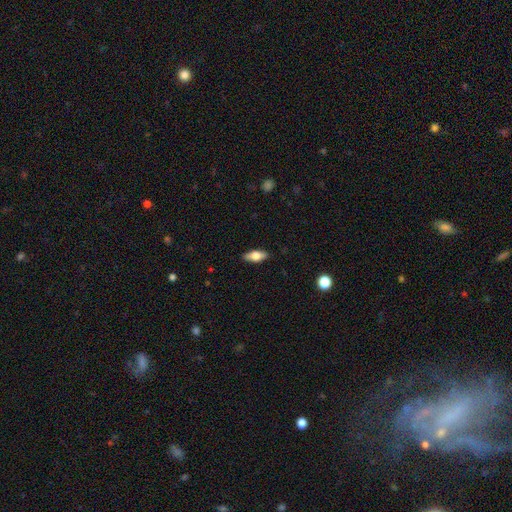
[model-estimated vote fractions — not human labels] Morphology: type=smooth (67%); roundness=in between (79%); merging=none (87%).